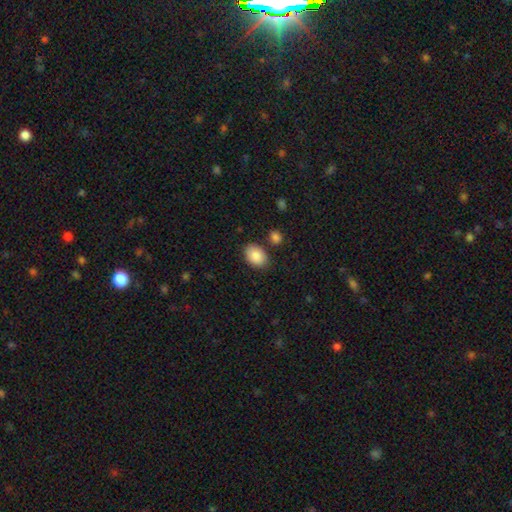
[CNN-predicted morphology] A smooth galaxy with no disk features (87%) that is in between round and cigar-shaped (80%).

Vote fractions:
- Smooth or featured? smooth: 87% / star or artifact: 7% / featured or disk: 6%
- How rounded? in between: 80% / round: 19% / cigar-shaped: 1%
- Merging? none: 81% / minor disturbance: 12% / merger: 4% / major disturbance: 3%